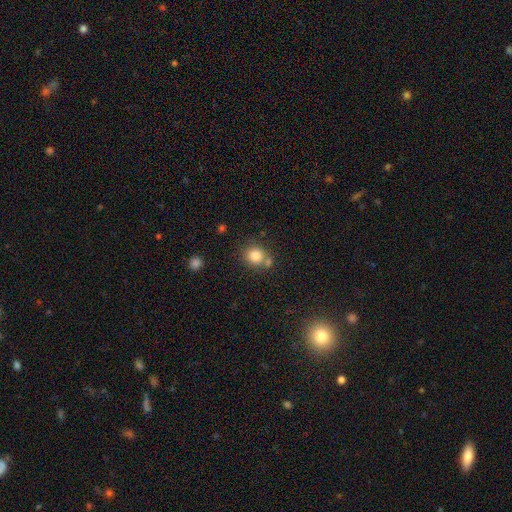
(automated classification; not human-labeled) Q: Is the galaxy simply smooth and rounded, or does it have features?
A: smooth — 82%.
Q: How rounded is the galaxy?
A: round — 83%.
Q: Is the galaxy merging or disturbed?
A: none — 63%.